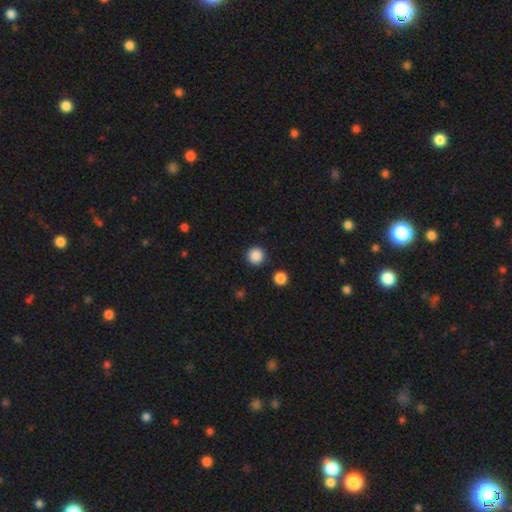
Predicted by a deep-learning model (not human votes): smooth-or-featured: smooth: 88% | star or artifact: 10% | featured or disk: 3%
  how-rounded: round: 95% | in between: 4% | cigar-shaped: 1%
  merging: none: 91% | minor disturbance: 5% | merger: 2% | major disturbance: 2%